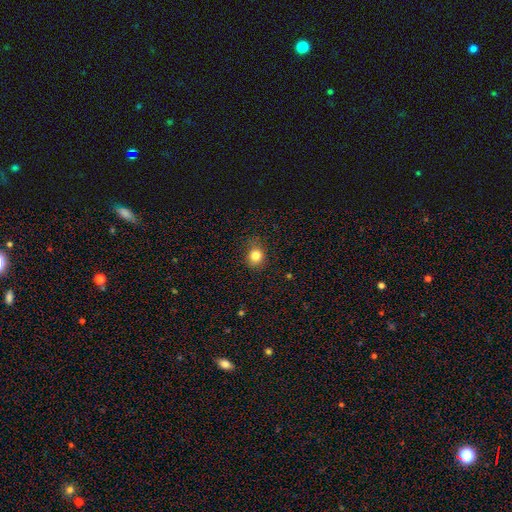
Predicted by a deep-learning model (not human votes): This appears to be a smooth galaxy with no disk features (82%) that is round (74%). Merging: none (82%).